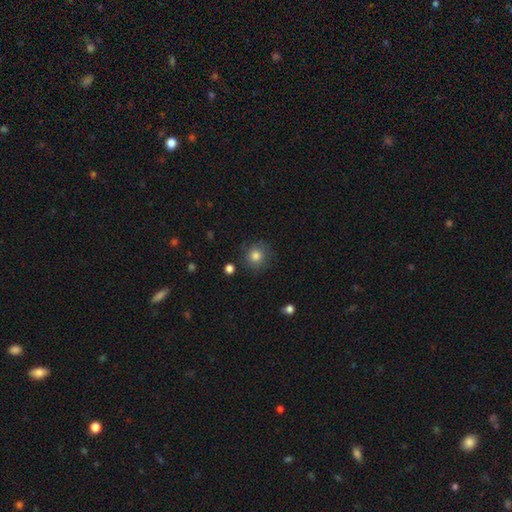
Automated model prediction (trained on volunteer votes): smooth 80%, star or artifact 10%, featured or disk 10%. Down the decision tree: how rounded — round (90%); merging — none (82%).